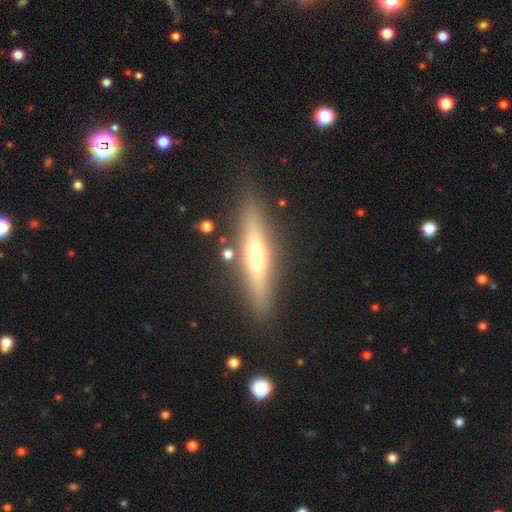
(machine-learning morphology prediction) Overall: featured or disk (56%; smooth 37%). Edge-on disk: yes (89%). Merging: none (85%).